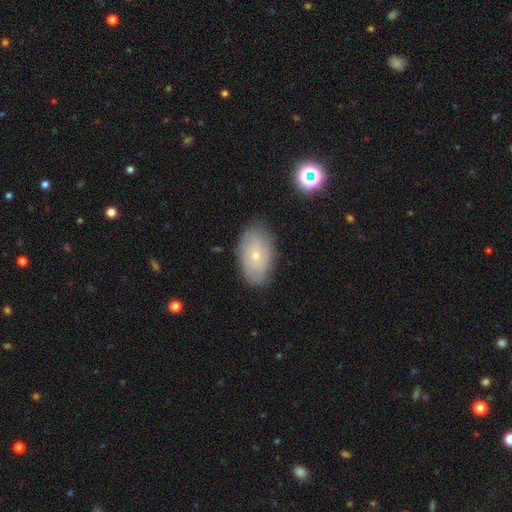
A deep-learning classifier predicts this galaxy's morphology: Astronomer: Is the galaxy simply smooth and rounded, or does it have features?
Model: featured or disk — 46% (runner-up: smooth, 45%).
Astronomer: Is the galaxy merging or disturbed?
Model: none — 81%.